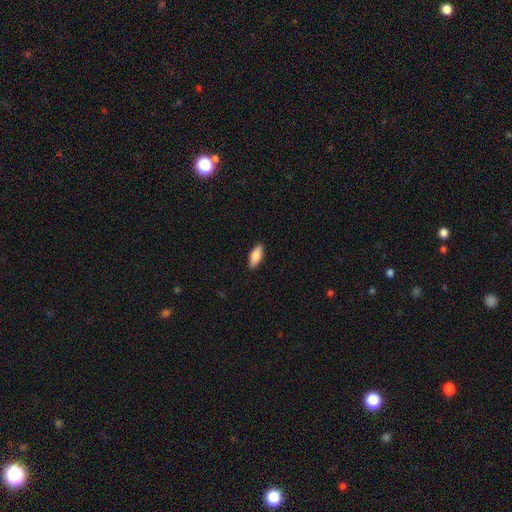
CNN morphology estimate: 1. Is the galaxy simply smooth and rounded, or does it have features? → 81% smooth, 13% featured or disk, 6% star or artifact.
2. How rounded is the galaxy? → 75% in between, 23% cigar-shaped, 2% round.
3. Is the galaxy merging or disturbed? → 90% none, 8% minor disturbance, 2% major disturbance, 1% merger.